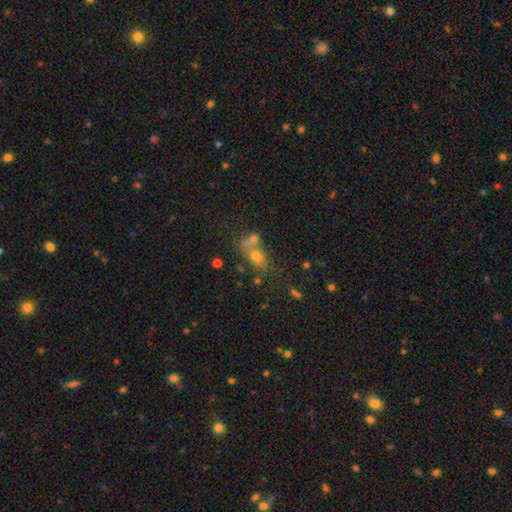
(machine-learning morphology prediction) smooth_or_featured: smooth (p=0.59) [alt: star or artifact p=0.22]
how_rounded: in between (p=0.57) [alt: round p=0.38]
merging: merger (p=0.48) [alt: none p=0.34]